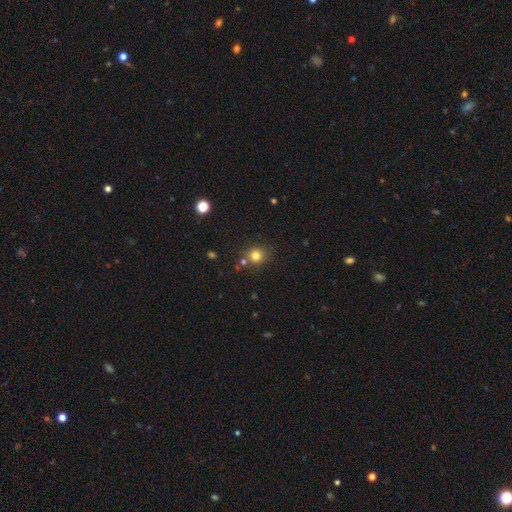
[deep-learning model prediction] This appears to be a smooth galaxy with no disk features (79%) that is round (86%). Merging: none (75%).